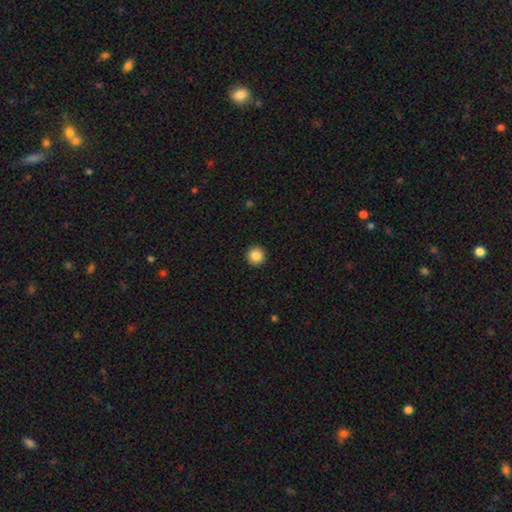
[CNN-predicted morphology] Smooth or featured? smooth (87%)
How rounded? round (95%)
Merging? none (93%)